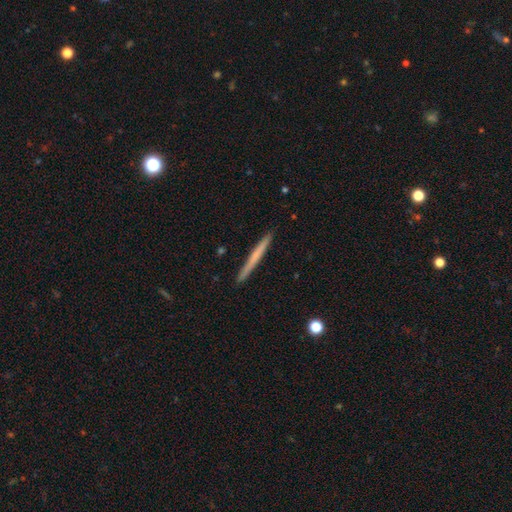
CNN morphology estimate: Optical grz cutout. It shows a smooth galaxy with no disk features (55%) that is cigar-shaped (97%). Merging: none (92%).